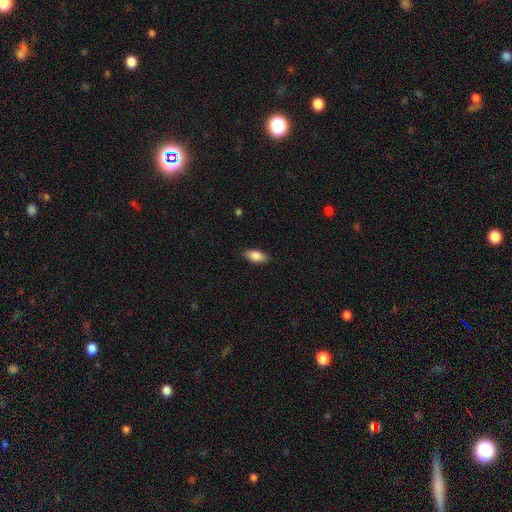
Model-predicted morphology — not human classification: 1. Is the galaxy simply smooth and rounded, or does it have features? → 86% smooth, 7% featured or disk, 7% star or artifact.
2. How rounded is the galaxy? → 89% in between, 8% cigar-shaped, 3% round.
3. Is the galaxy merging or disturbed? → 87% none, 10% minor disturbance, 2% major disturbance, 1% merger.